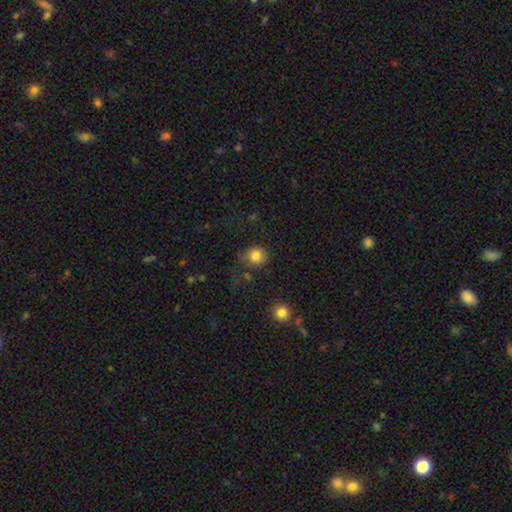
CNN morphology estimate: This is clearly a smooth galaxy (83%). How rounded: clearly round (81%). Merging: likely none (66%).